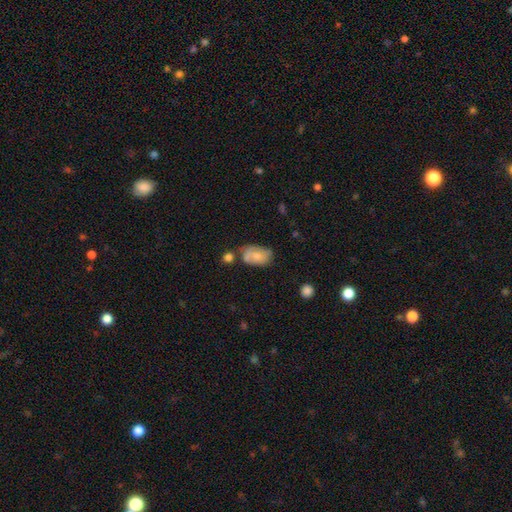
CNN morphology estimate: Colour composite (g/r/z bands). It shows a smooth galaxy with no disk features (64%) that is in between round and cigar-shaped (89%). Merging: none (45%).